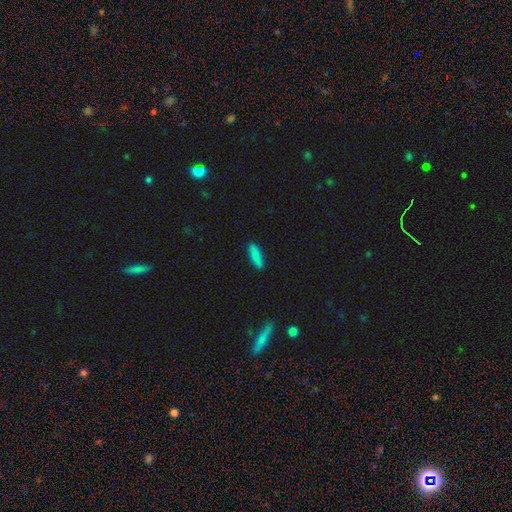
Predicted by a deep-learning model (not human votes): The model was most divided on "how rounded": cigar-shaped: 52%, in between: 47%, round: 2%. More confident: merging — none (87%); smooth or featured — smooth (87%).